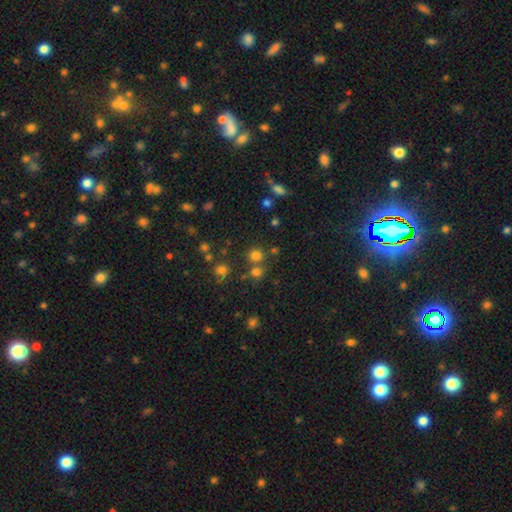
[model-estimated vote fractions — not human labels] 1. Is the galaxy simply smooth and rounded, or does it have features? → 71% smooth, 23% star or artifact, 6% featured or disk.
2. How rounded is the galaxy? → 88% round, 11% in between, 1% cigar-shaped.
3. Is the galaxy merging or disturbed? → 70% none, 19% merger, 8% minor disturbance, 3% major disturbance.